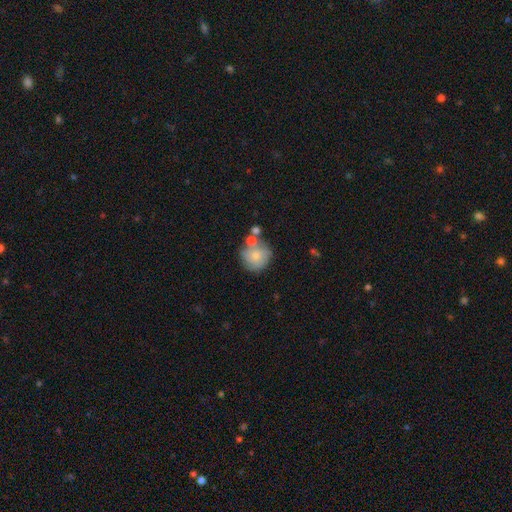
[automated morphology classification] This is likely a smooth galaxy (73%). How rounded: clearly round (88%). Merging: possibly none (55%).